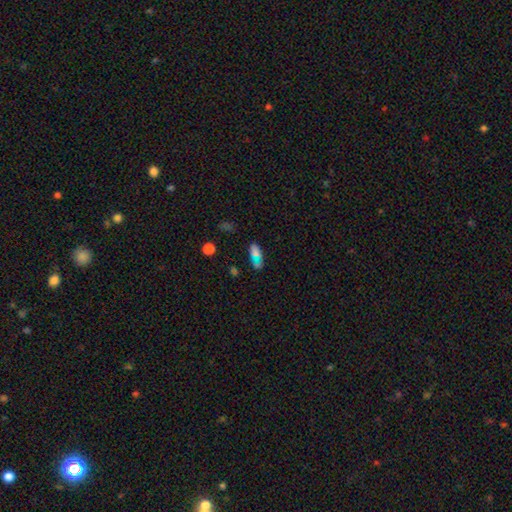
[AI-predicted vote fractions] This appears to be a smooth galaxy with no disk features (65%) that is in between round and cigar-shaped (87%). Merging: none (59%).